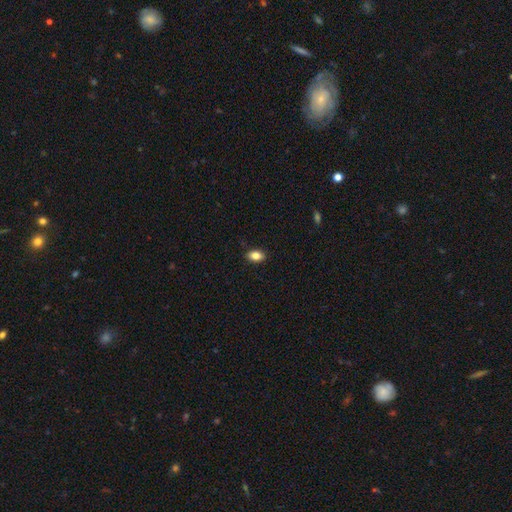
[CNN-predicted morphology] Q: Smooth or featured?
A: smooth (84%); runner-up: star or artifact (9%)
Q: How rounded?
A: in between (85%); runner-up: round (13%)
Q: Merging?
A: none (89%); runner-up: minor disturbance (9%)